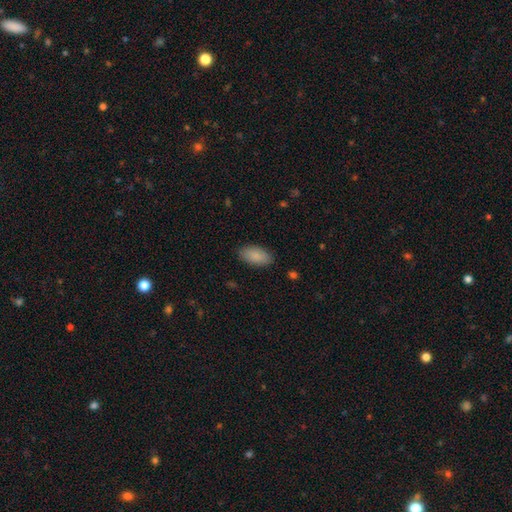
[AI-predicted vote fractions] Smooth or featured: smooth — 88% (star or artifact — 6%)
How rounded: in between — 94% (cigar-shaped — 4%)
Merging: none — 87% (minor disturbance — 10%)